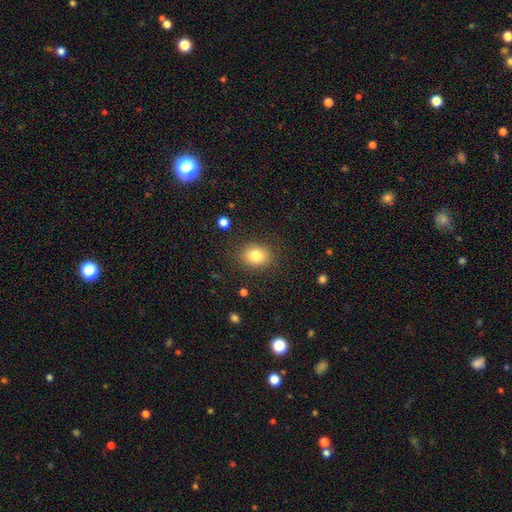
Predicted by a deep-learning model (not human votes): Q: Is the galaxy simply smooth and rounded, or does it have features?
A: smooth — 82%.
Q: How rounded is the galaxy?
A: round — 55%.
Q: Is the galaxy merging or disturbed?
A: none — 85%.